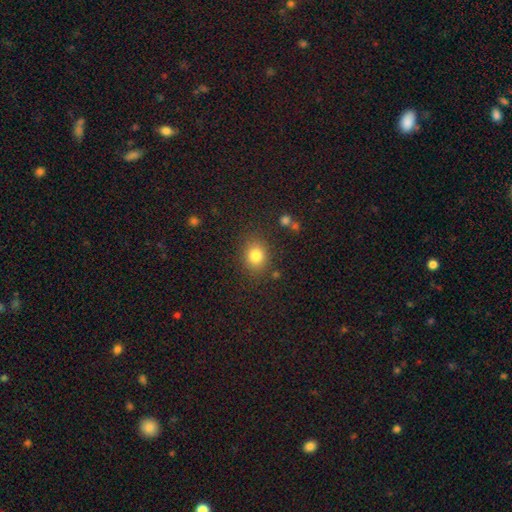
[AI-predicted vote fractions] This is clearly a smooth galaxy (82%). How rounded: likely round (60%). Merging: clearly none (83%).